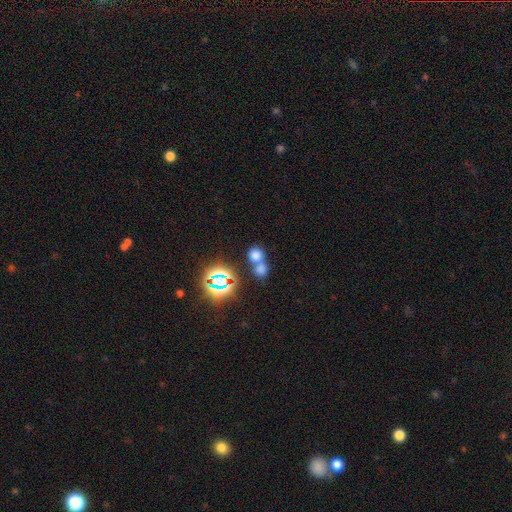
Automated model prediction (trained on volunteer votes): Overall: smooth (68%). How rounded: round (75%). Merging: merger (54%; none 37%).